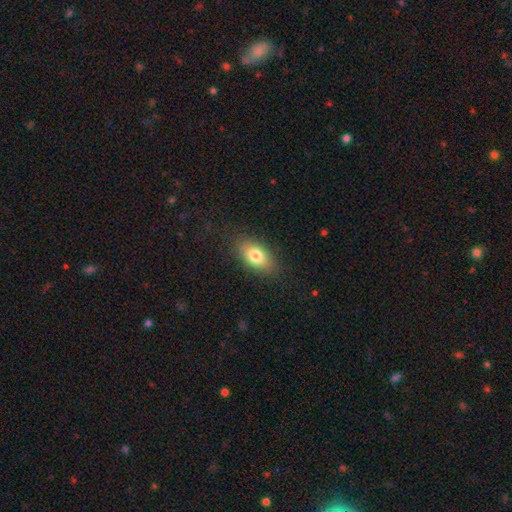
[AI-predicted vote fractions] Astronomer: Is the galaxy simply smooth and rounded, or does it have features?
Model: smooth — 78%.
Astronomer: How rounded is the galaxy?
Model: in between — 88%.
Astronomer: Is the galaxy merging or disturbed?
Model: none — 84%.